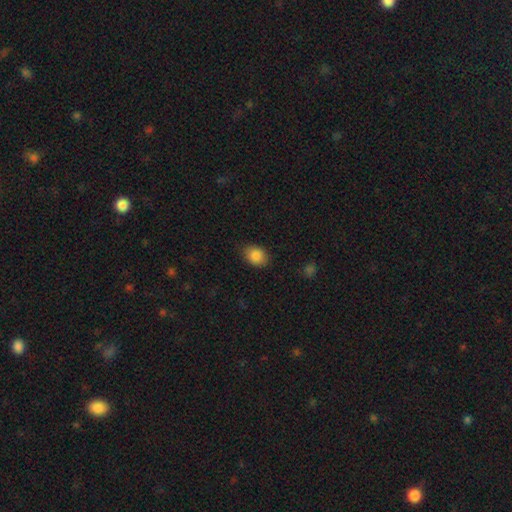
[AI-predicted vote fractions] smooth 87%, star or artifact 8%, featured or disk 5%. Down the decision tree: how rounded — in between (64%); merging — none (82%).